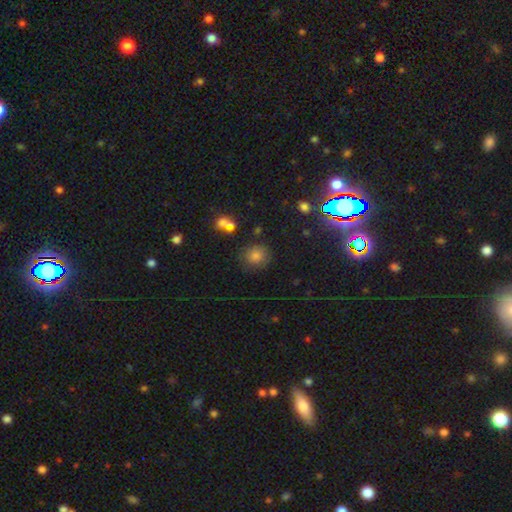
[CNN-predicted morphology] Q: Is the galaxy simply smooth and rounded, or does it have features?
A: smooth — 76%.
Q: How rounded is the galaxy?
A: round — 85%.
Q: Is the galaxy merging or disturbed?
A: none — 80%.